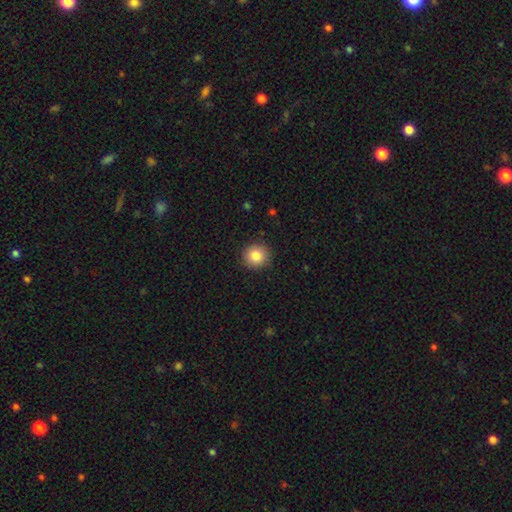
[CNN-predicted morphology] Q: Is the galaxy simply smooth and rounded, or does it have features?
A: smooth — 84%.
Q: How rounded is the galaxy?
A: round — 92%.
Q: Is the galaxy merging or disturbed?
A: none — 91%.